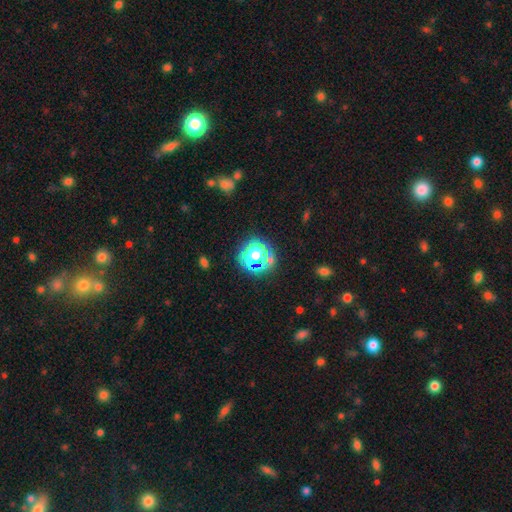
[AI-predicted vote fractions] Overall: star or artifact (45%; smooth 42%).